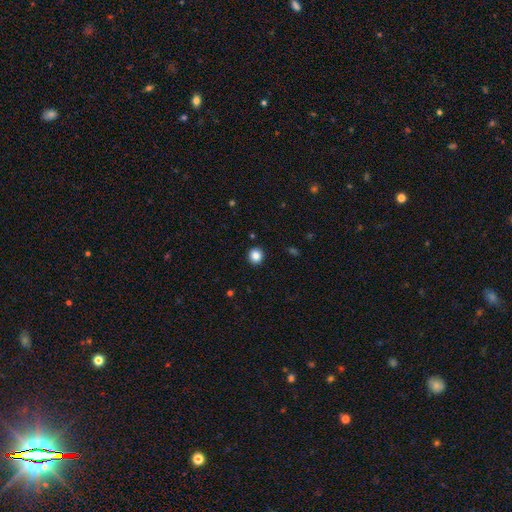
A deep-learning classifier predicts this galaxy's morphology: A smooth galaxy with no disk features (86%) that is round (92%).

Vote fractions:
- Smooth or featured? smooth: 86% / star or artifact: 11% / featured or disk: 4%
- How rounded? round: 92% / in between: 7% / cigar-shaped: 1%
- Merging? none: 92% / minor disturbance: 5% / major disturbance: 2% / merger: 1%